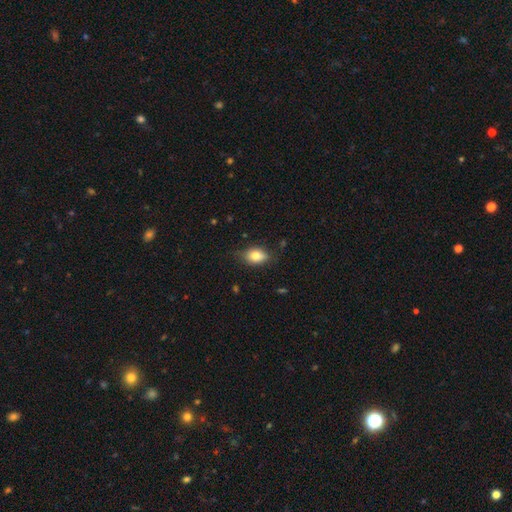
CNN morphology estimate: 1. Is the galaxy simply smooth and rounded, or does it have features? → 78% smooth, 14% featured or disk, 8% star or artifact.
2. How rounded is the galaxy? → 81% in between, 17% round, 2% cigar-shaped.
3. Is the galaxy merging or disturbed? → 73% none, 22% minor disturbance, 4% major disturbance, 1% merger.